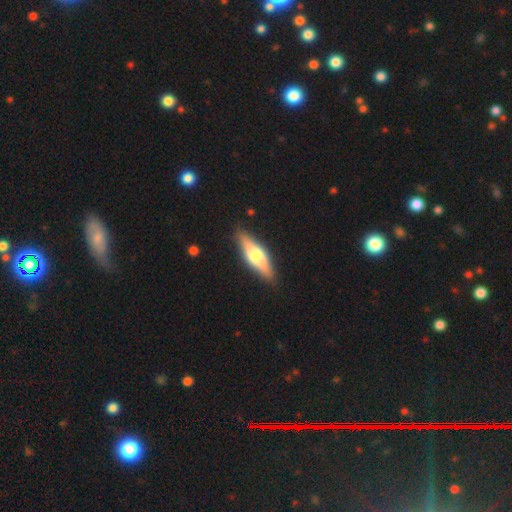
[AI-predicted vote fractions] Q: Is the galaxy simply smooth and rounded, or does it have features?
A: smooth — 48%.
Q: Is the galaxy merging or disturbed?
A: none — 86%.